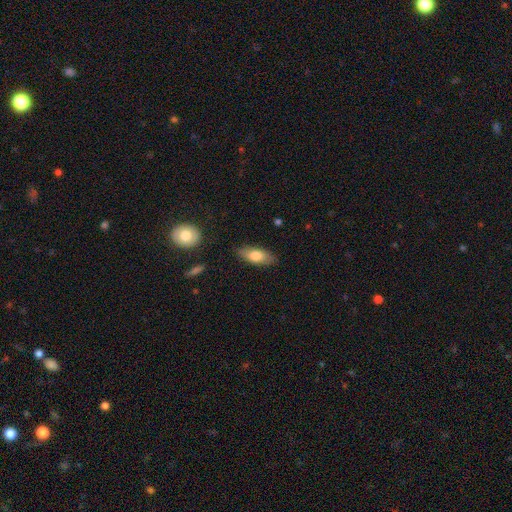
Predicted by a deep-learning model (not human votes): A smooth galaxy with no disk features (74%) that is in between round and cigar-shaped (74%). Merging: none (83%).